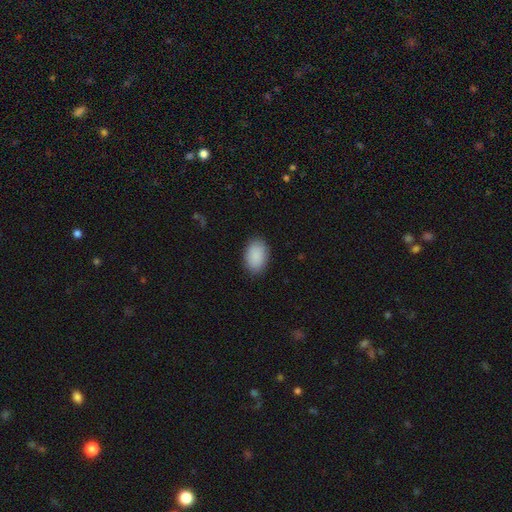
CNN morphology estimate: smooth-or-featured: smooth: 91% | star or artifact: 6% | featured or disk: 3%
  how-rounded: in between: 90% | round: 9% | cigar-shaped: 1%
  merging: none: 88% | minor disturbance: 9% | major disturbance: 2% | merger: 1%